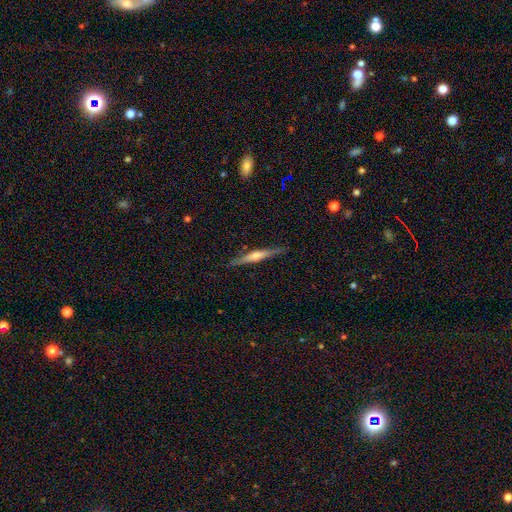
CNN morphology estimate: This is likely a featured or disk galaxy (64%). It is clearly viewed edge-on (97%). Edge-on bulge: likely rounded (64%). Merging: clearly none (87%).